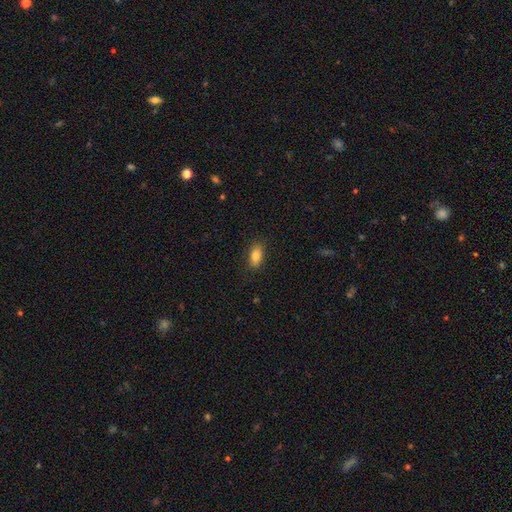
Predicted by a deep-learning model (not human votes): Overall: smooth (82%). How rounded: in between (87%). Merging: none (86%).